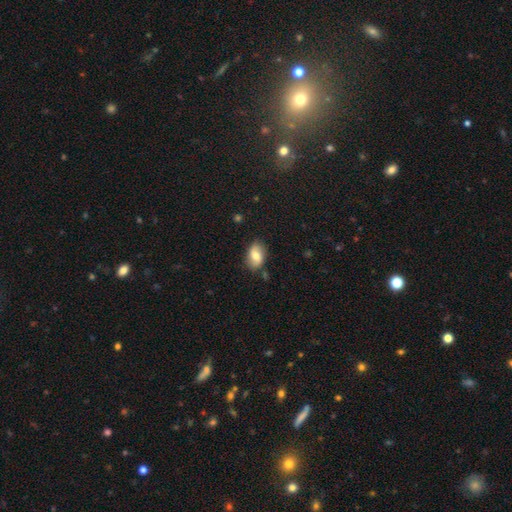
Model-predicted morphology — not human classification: A smooth galaxy with no disk features (68%) that is in between round and cigar-shaped (88%). Merging: none (77%).